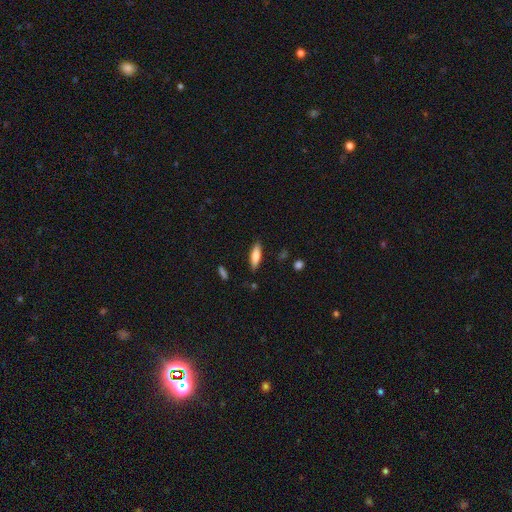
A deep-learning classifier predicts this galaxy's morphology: Q: Smooth or featured?
A: smooth (76%); runner-up: featured or disk (18%)
Q: How rounded?
A: cigar-shaped (55%); runner-up: in between (44%)
Q: Merging?
A: none (86%); runner-up: minor disturbance (10%)